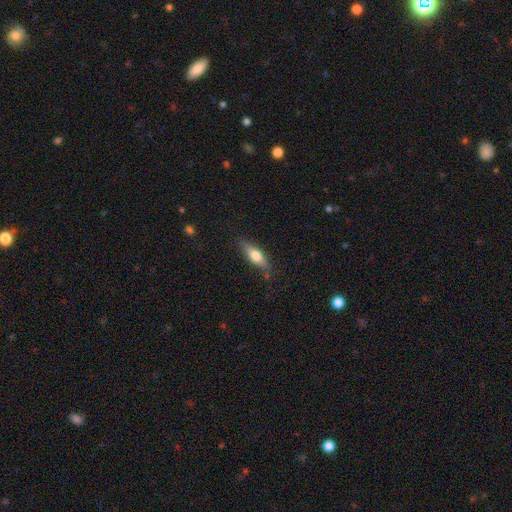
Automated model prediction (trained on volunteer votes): Smooth or featured: smooth — 59% (featured or disk — 35%)
How rounded: in between — 50% (cigar-shaped — 47%)
Merging: none — 80% (minor disturbance — 15%)